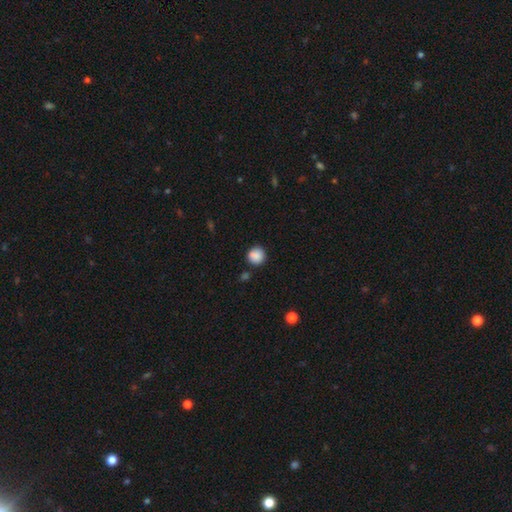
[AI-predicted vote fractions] Morphology: type=smooth (87%); roundness=round (92%); merging=none (81%).